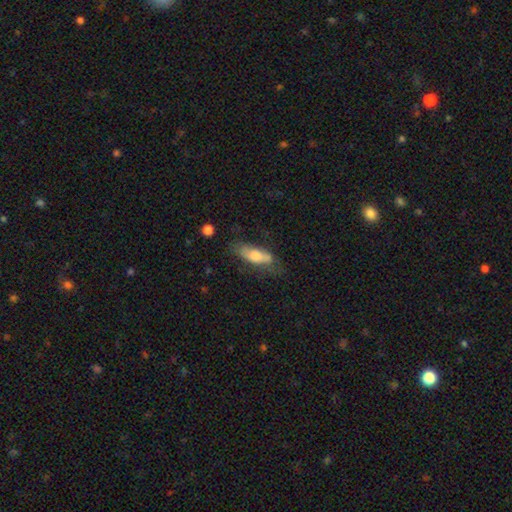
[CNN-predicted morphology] Q: Smooth or featured?
A: smooth (64%); runner-up: featured or disk (30%)
Q: How rounded?
A: in between (61%); runner-up: cigar-shaped (36%)
Q: Merging?
A: none (56%); runner-up: minor disturbance (28%)